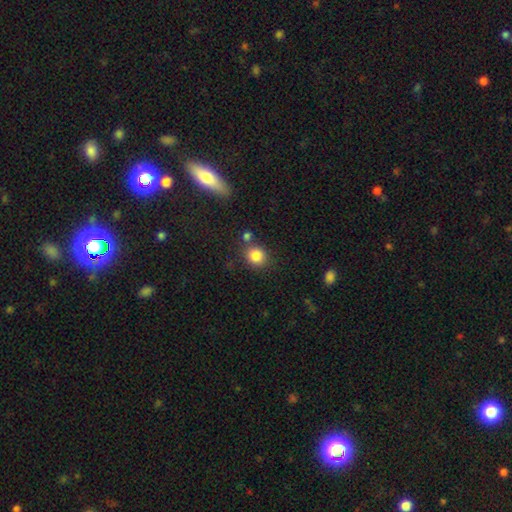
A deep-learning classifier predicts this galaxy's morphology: type=smooth (84%); roundness=round (81%); merging=none (73%).